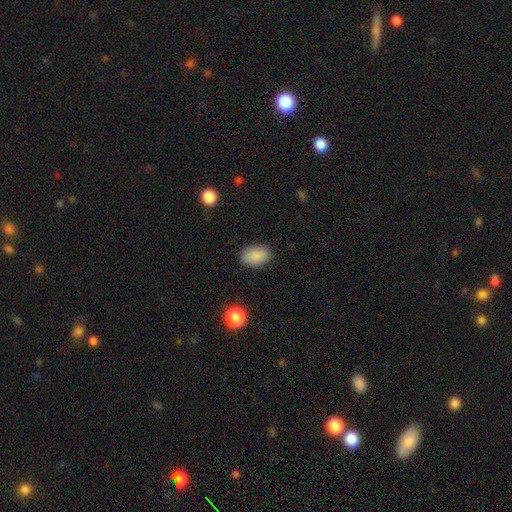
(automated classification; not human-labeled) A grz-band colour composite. It shows a smooth galaxy with no disk features (88%) that is in between round and cigar-shaped (83%). Merging: none (85%).